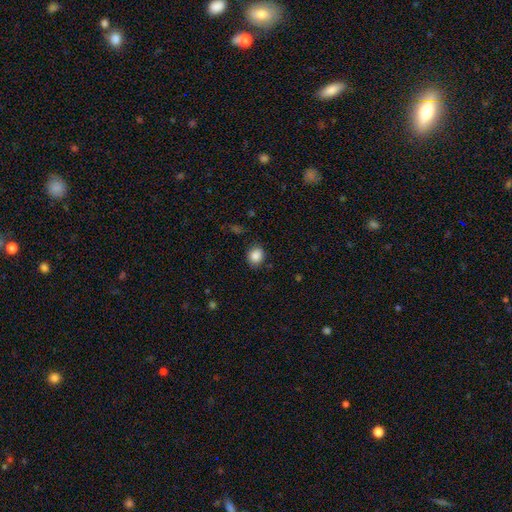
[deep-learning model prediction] This is clearly a smooth galaxy (87%). How rounded: likely round (66%). Merging: clearly none (84%).